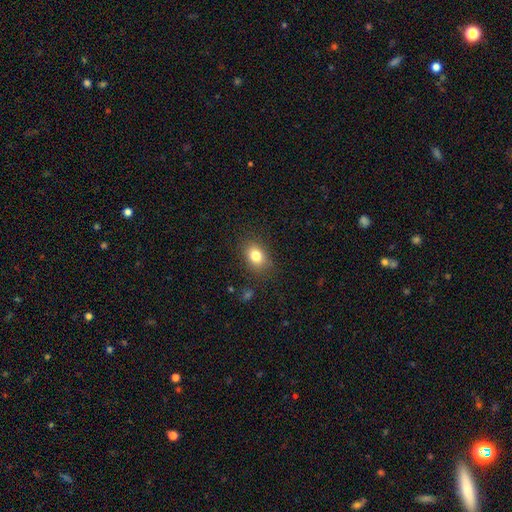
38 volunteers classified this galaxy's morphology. Smooth or featured: smooth — 87% (featured or disk — 8%)
How rounded: in between — 64% (round — 36%)
Merging: none — 78% (minor disturbance — 19%)